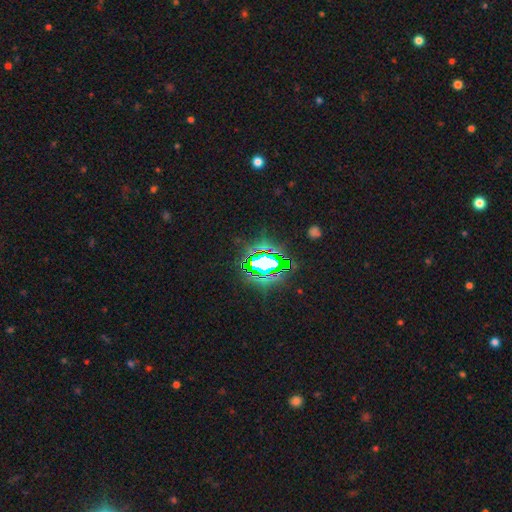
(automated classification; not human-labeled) Smooth or featured? star or artifact (76%)